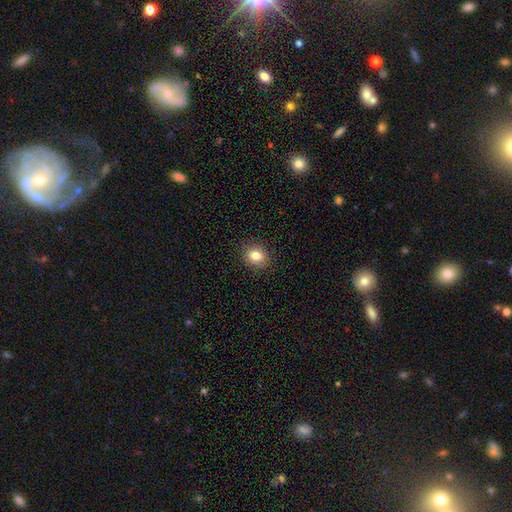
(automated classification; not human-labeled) Smooth or featured? smooth (81%)
How rounded? round (69%)
Merging? none (90%)